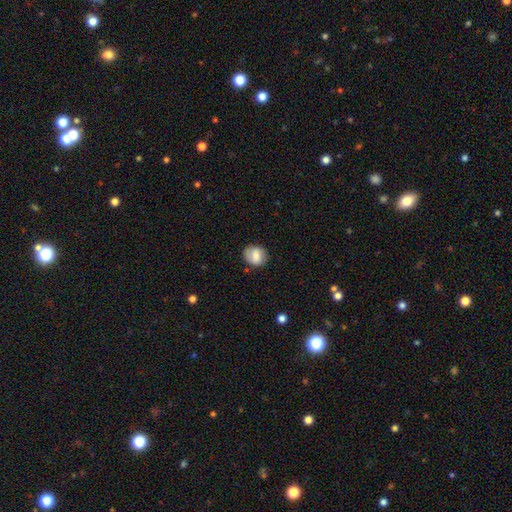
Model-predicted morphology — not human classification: type=smooth (75%); roundness=round (72%); merging=none (79%).